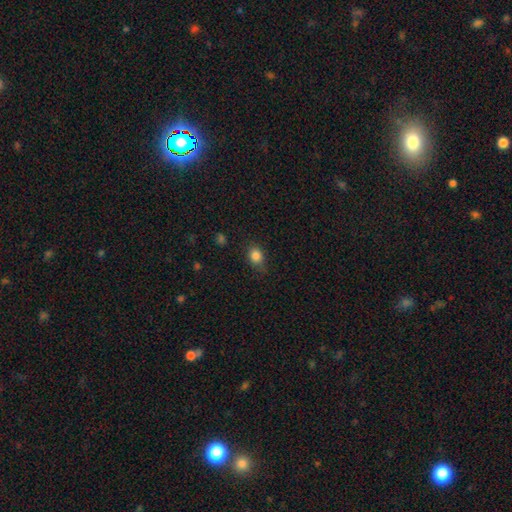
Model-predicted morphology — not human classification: Smooth or featured? Predicted: smooth (p=0.84). How rounded? Predicted: round (p=0.52). Merging? Predicted: none (p=0.74).